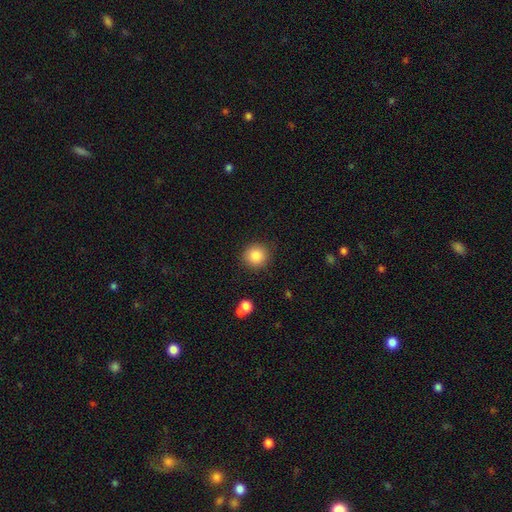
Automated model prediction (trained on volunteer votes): Q: Smooth or featured?
A: smooth (85%); runner-up: star or artifact (10%)
Q: How rounded?
A: round (91%); runner-up: in between (8%)
Q: Merging?
A: none (88%); runner-up: minor disturbance (8%)